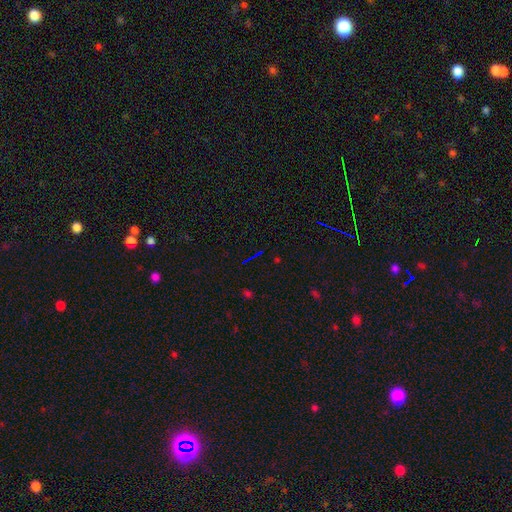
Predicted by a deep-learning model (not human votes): A star or artifact, not a galaxy (74%).